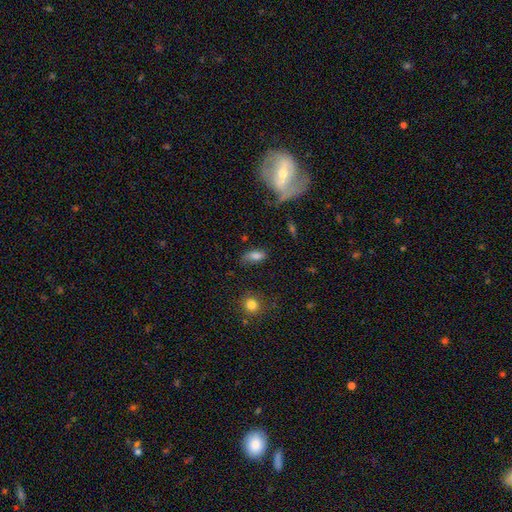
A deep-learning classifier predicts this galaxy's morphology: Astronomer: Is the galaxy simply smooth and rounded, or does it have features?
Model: smooth — 79%.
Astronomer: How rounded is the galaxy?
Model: in between — 86%.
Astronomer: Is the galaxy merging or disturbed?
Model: none — 62%.